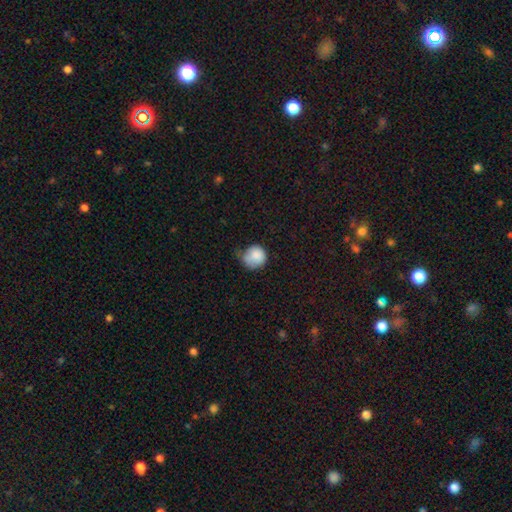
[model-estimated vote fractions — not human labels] Morphology: type=smooth (85%); roundness=round (86%); merging=minor disturbance (42%).